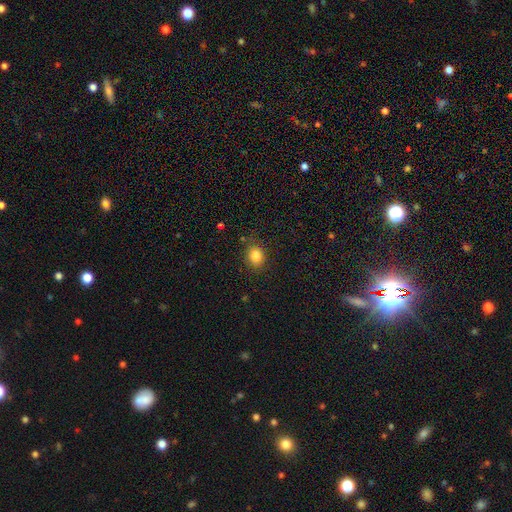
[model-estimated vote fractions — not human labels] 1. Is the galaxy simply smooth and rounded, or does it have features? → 84% smooth, 11% star or artifact, 6% featured or disk.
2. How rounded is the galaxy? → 63% round, 36% in between, 1% cigar-shaped.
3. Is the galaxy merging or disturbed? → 84% none, 11% minor disturbance, 3% major disturbance, 2% merger.